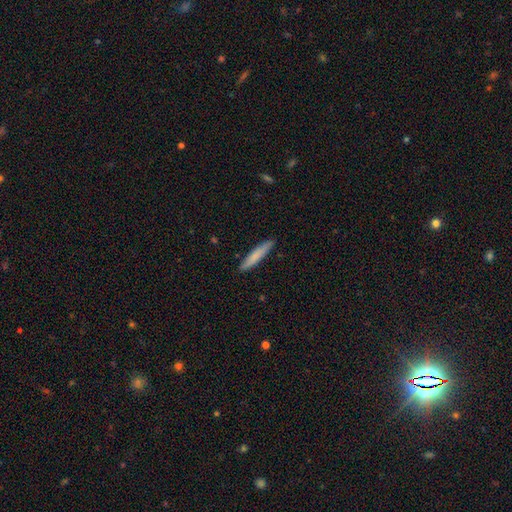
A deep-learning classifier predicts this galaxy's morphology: Smooth or featured?
  - smooth: 75% *
  - featured or disk: 19%
  - star or artifact: 6%
How rounded?
  - cigar-shaped: 92% *
  - in between: 7%
  - round: 1%
Merging?
  - none: 90% *
  - minor disturbance: 8%
  - major disturbance: 2%
  - merger: 1%